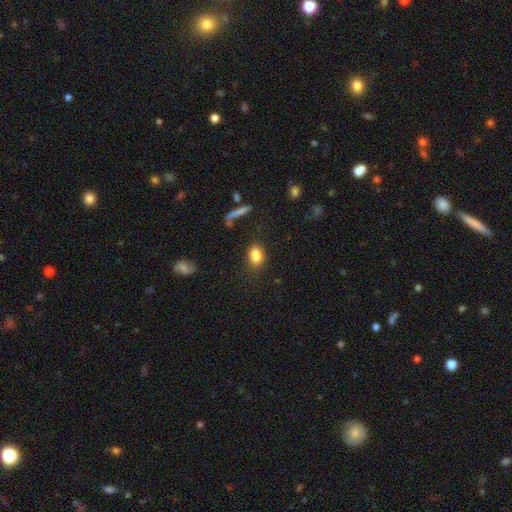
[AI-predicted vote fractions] This appears to be a smooth galaxy with no disk features (83%) that is in between round and cigar-shaped (80%). Merging: none (68%).